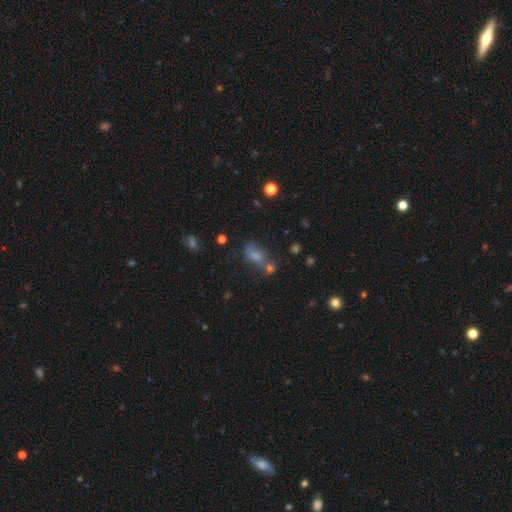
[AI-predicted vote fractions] Smooth or featured? Predicted: smooth (p=0.69). How rounded? Predicted: in between (p=0.79). Merging? Predicted: none (p=0.37).